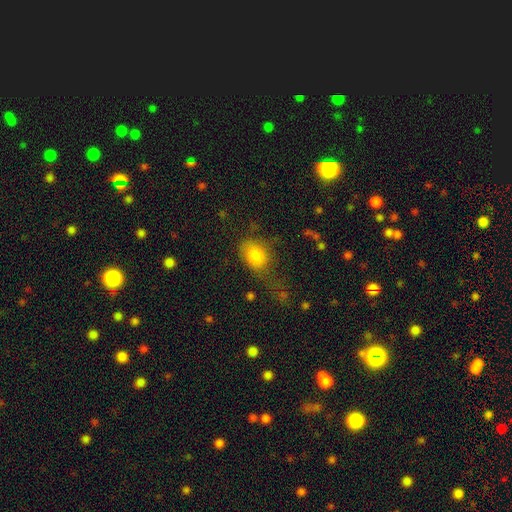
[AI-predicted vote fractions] Smooth or featured: smooth — 81% (star or artifact — 10%)
How rounded: in between — 73% (round — 25%)
Merging: none — 37% (major disturbance — 29%)